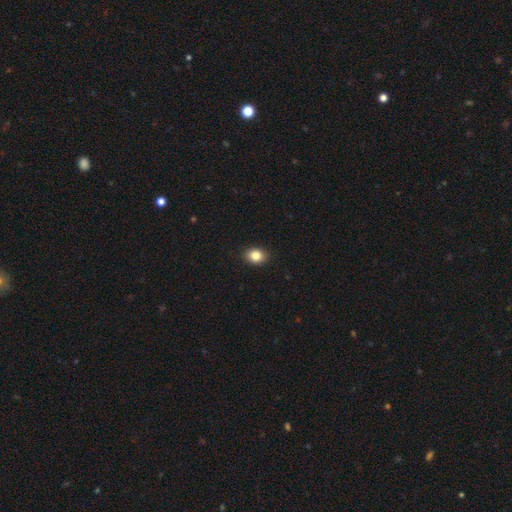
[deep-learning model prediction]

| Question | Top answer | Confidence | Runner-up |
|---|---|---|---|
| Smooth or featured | smooth | 85% | star or artifact (10%) |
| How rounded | in between | 52% | round (47%) |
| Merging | none | 90% | minor disturbance (7%) |